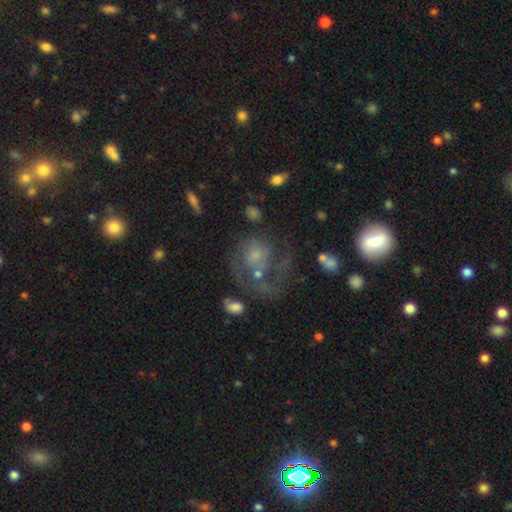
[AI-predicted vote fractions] Smooth or featured? featured or disk (66%)
Edge-on disk? no (98%)
Bar? no (77%)
Spiral arms? yes (75%)
Bulge size? small (39%)
Merging? none (36%, tied with major disturbance)